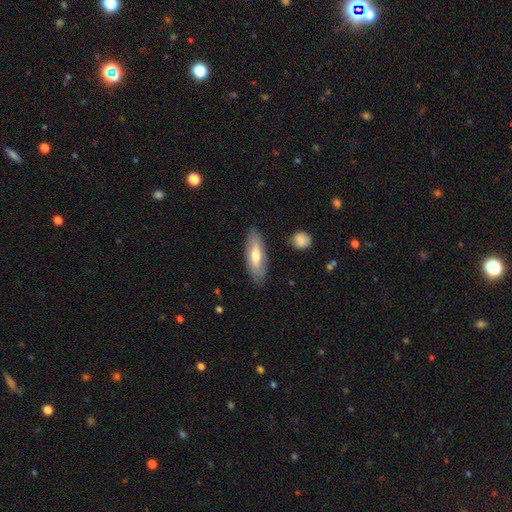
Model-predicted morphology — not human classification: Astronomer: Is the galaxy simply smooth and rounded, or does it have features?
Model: smooth — 58% (runner-up: featured or disk, 37%).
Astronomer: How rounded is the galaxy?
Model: in between — 67%.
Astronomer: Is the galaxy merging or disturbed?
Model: none — 82%.